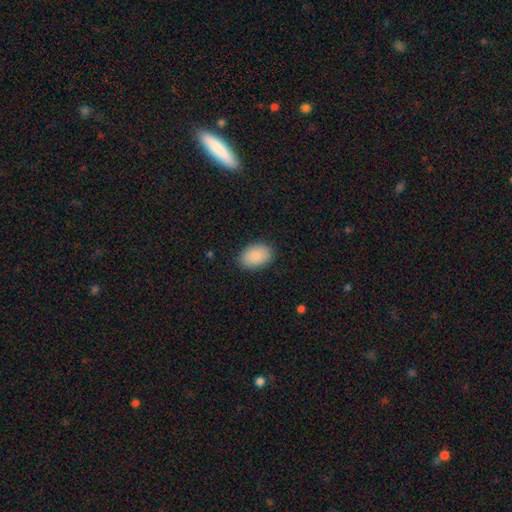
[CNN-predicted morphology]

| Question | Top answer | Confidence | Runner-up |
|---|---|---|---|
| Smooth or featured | smooth | 89% | star or artifact (6%) |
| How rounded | in between | 89% | round (10%) |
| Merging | none | 87% | minor disturbance (9%) |